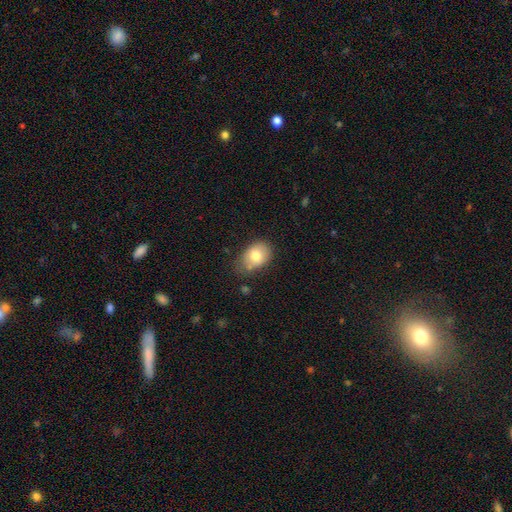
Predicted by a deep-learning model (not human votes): Smooth or featured? Predicted: smooth (p=0.77). How rounded? Predicted: in between (p=0.74). Merging? Predicted: none (p=0.61).